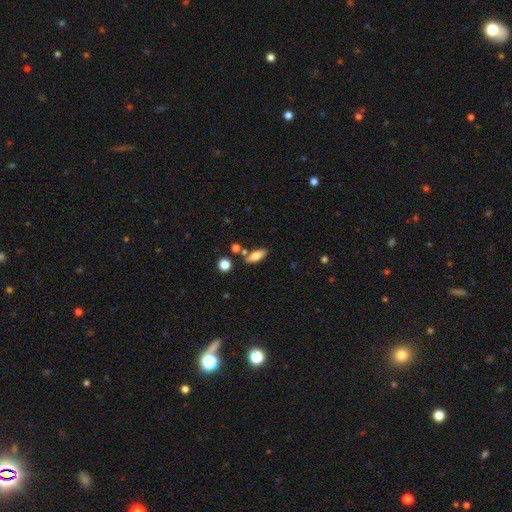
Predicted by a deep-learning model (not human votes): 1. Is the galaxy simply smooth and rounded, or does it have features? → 73% smooth, 19% featured or disk, 8% star or artifact.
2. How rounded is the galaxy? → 72% in between, 24% cigar-shaped, 4% round.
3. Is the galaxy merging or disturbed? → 76% none, 12% minor disturbance, 9% merger, 3% major disturbance.